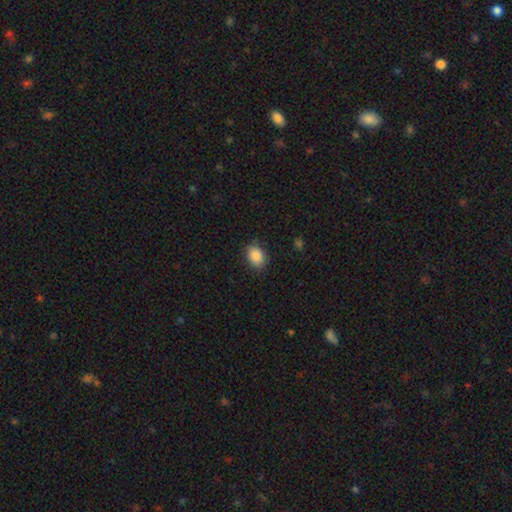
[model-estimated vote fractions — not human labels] smooth 88%, star or artifact 8%, featured or disk 4%. Down the decision tree: how rounded — in between (69%); merging — none (84%).